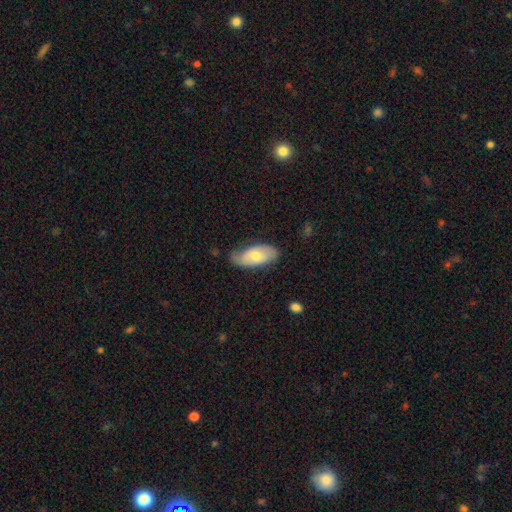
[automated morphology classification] Smooth or featured: smooth — 64% (featured or disk — 30%)
How rounded: in between — 91% (cigar-shaped — 7%)
Merging: none — 64% (minor disturbance — 28%)